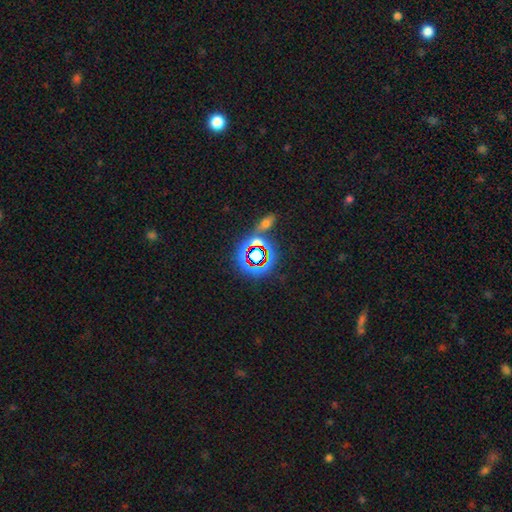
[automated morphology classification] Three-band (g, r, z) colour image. It shows a star or artifact, not a galaxy (63%).